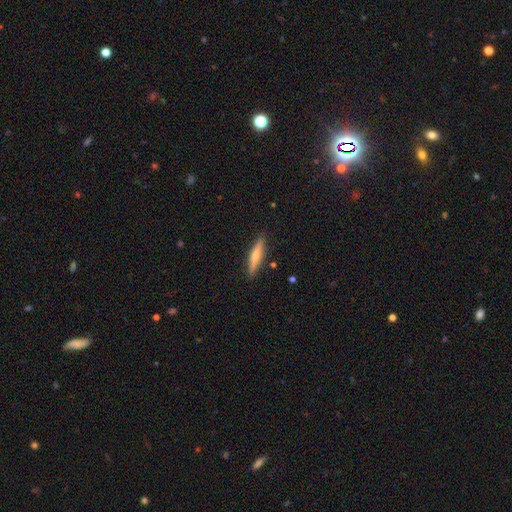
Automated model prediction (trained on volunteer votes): This is possibly a smooth galaxy (51%). How rounded: clearly cigar-shaped (85%). Merging: clearly none (88%).